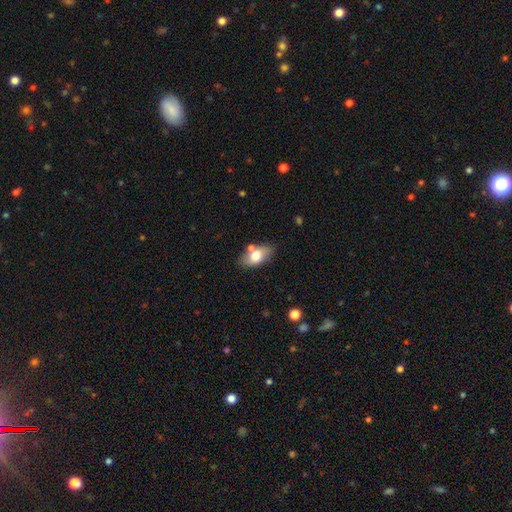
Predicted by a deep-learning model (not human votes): Smooth or featured? Predicted: smooth (p=0.71). How rounded? Predicted: in between (p=0.91). Merging? Predicted: none (p=0.70).